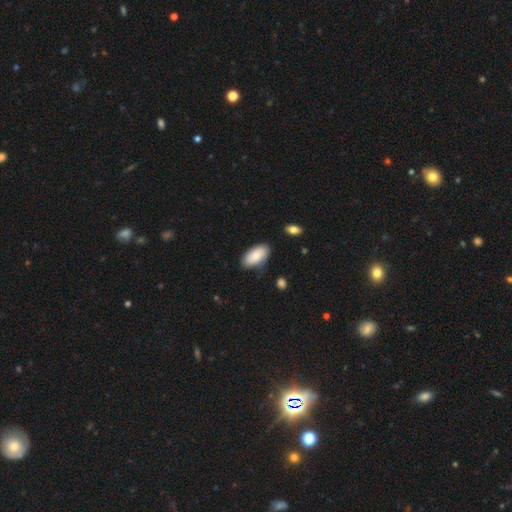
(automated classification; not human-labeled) The model was most divided on "merging": none: 79%, minor disturbance: 16%, major disturbance: 3%, merger: 2%. More confident: how rounded — in between (92%); smooth or featured — smooth (86%).